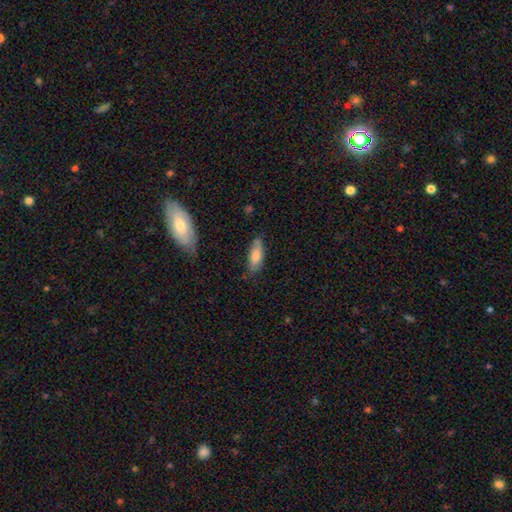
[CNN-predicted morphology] The model was most divided on "how rounded": in between: 60%, cigar-shaped: 38%, round: 2%. More confident: smooth or featured — smooth (75%); merging — none (73%).